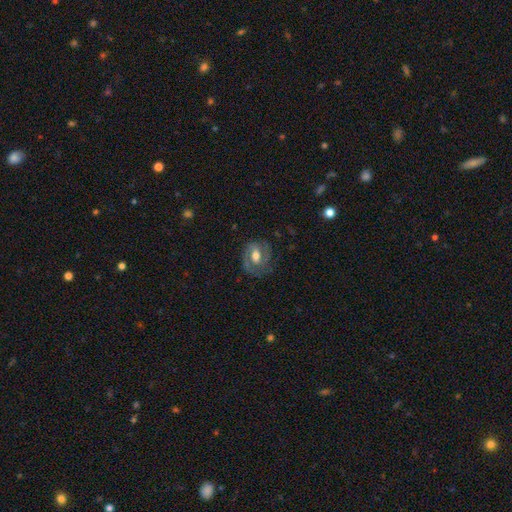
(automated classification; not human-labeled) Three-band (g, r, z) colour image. It shows a featured or disk galaxy (70%) with a weak bar (45%), 2 (72%) tight (46%) spiral arms (83%) and a moderate central bulge (65%). Merging: none (70%).